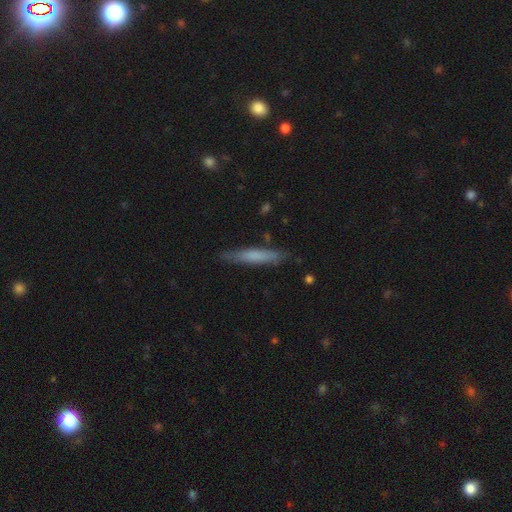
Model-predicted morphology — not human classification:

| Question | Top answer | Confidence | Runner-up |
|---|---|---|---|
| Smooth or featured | smooth | 67% | featured or disk (27%) |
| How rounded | cigar-shaped | 91% | in between (7%) |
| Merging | none | 83% | minor disturbance (13%) |